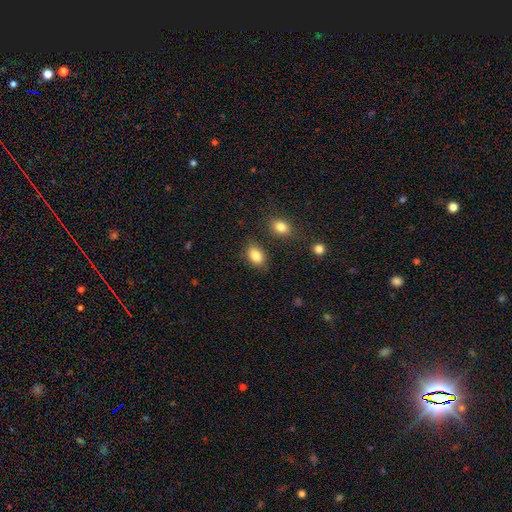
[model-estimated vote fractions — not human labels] Morphology: type=smooth (85%); roundness=in between (84%); merging=none (80%).